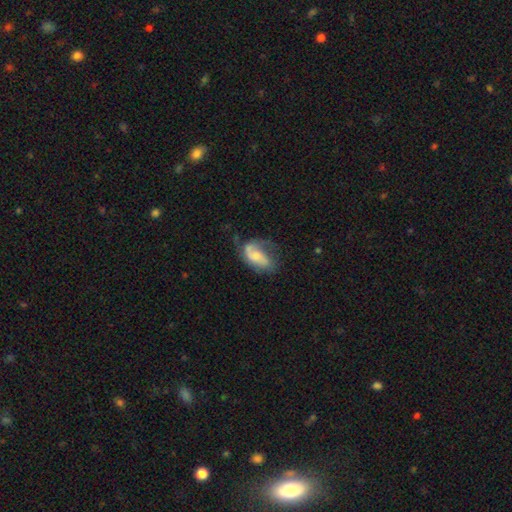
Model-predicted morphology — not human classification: Smooth or featured? Predicted: featured or disk (p=0.55). Edge-on disk? Predicted: no (p=0.96). Bar? Predicted: no (p=0.61). Spiral arms? Predicted: yes (p=0.75). Bulge size? Predicted: small (p=0.37). Merging? Predicted: none (p=0.35).